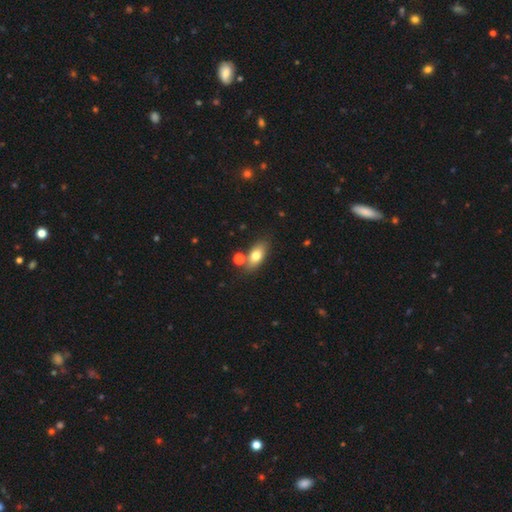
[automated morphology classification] Q: Smooth or featured?
A: smooth (74%); runner-up: featured or disk (17%)
Q: How rounded?
A: in between (83%); runner-up: cigar-shaped (10%)
Q: Merging?
A: none (72%); runner-up: merger (12%)